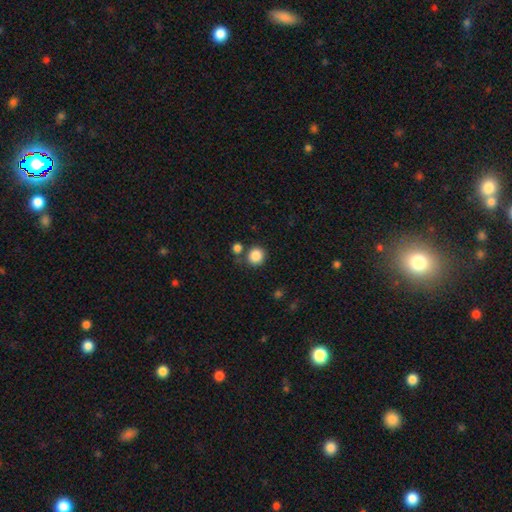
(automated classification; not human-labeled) A smooth galaxy with no disk features (86%) that is round (88%). Merging: none (74%).